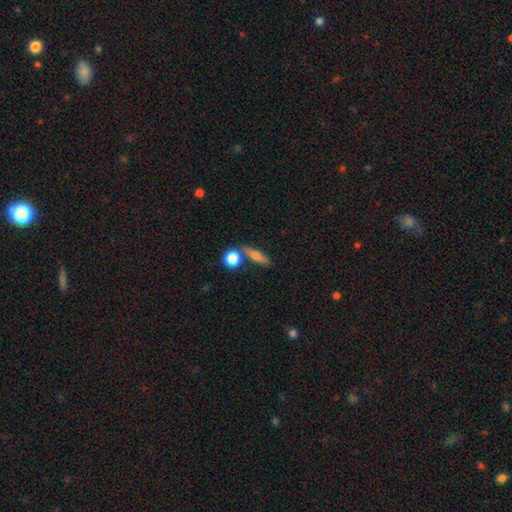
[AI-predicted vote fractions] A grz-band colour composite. It shows a smooth galaxy with no disk features (64%) that is cigar-shaped (56%). Merging: none (65%).